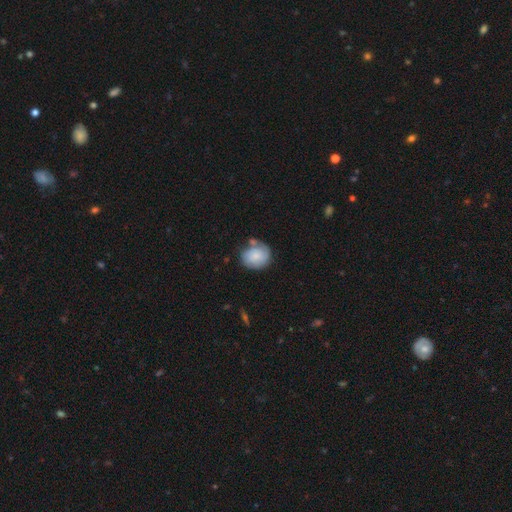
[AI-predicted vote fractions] A smooth galaxy with no disk features (68%) that is round (65%). Merging: none (52%).